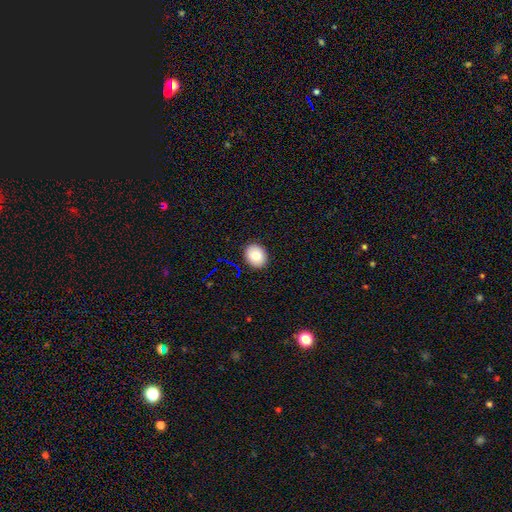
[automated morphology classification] smooth-or-featured: smooth: 78% | featured or disk: 12% | star or artifact: 10%
  how-rounded: round: 58% | in between: 41% | cigar-shaped: 1%
  merging: none: 90% | minor disturbance: 7% | major disturbance: 2% | merger: 1%